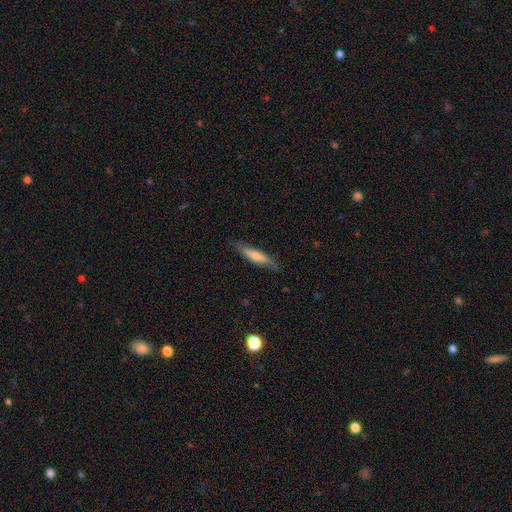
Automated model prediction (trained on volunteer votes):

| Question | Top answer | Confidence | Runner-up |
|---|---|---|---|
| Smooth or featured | featured or disk | 46% | tied: smooth (46%) |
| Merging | none | 82% | minor disturbance (14%) |